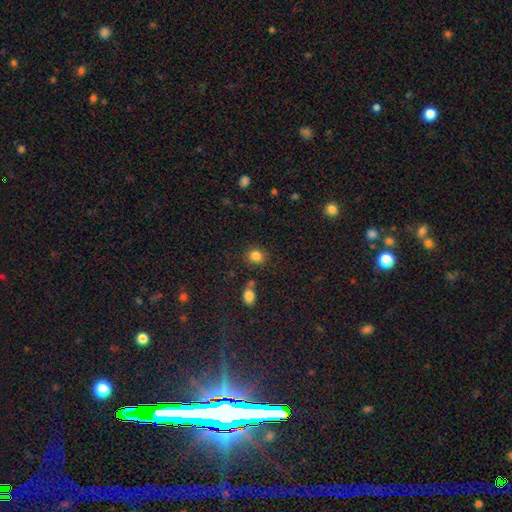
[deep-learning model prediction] smooth 84%, star or artifact 11%, featured or disk 5%. Down the decision tree: how rounded — round (76%); merging — none (82%).